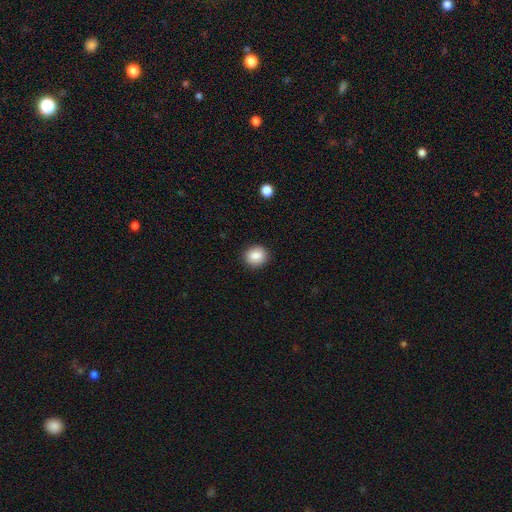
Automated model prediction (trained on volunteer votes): Overall: smooth (87%). How rounded: round (81%). Merging: none (91%).